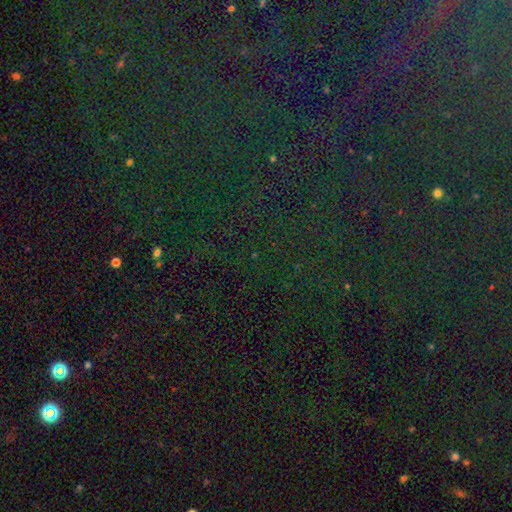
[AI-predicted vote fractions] star or artifact 82%, smooth 11%, featured or disk 8%.